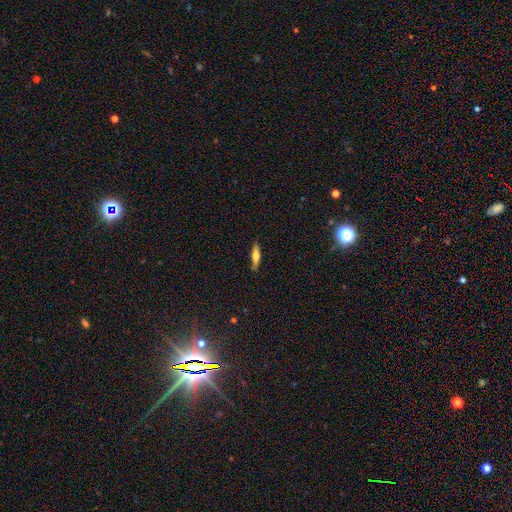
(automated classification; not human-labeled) Smooth or featured?
  - smooth: 58% *
  - featured or disk: 36%
  - star or artifact: 6%
How rounded?
  - cigar-shaped: 78% *
  - in between: 20%
  - round: 2%
Merging?
  - none: 87% *
  - minor disturbance: 10%
  - major disturbance: 2%
  - merger: 1%